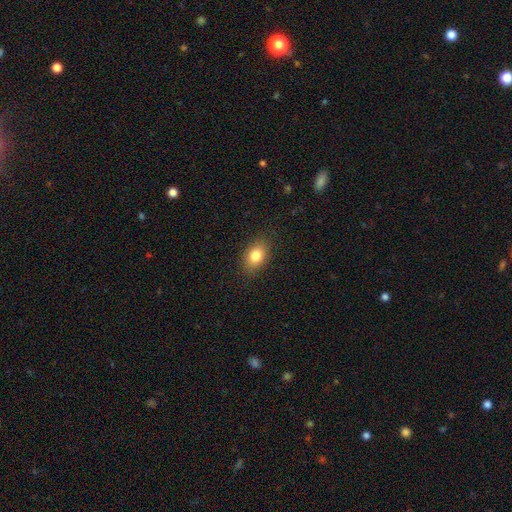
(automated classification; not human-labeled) Smooth or featured? Predicted: smooth (p=0.81). How rounded? Predicted: in between (p=0.82). Merging? Predicted: none (p=0.87).